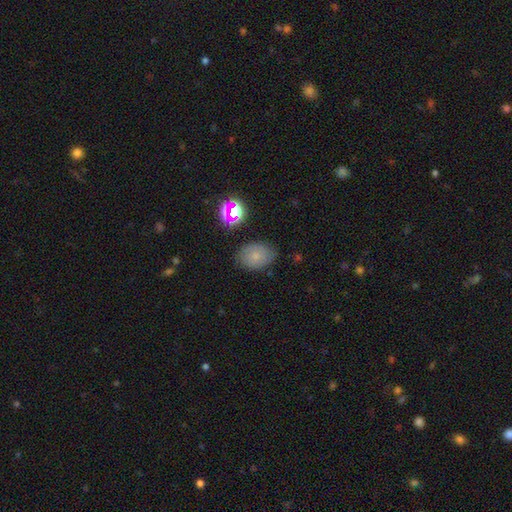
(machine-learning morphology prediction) Smooth or featured: smooth — 65% (featured or disk — 19%)
How rounded: in between — 70% (round — 29%)
Merging: none — 75% (minor disturbance — 18%)